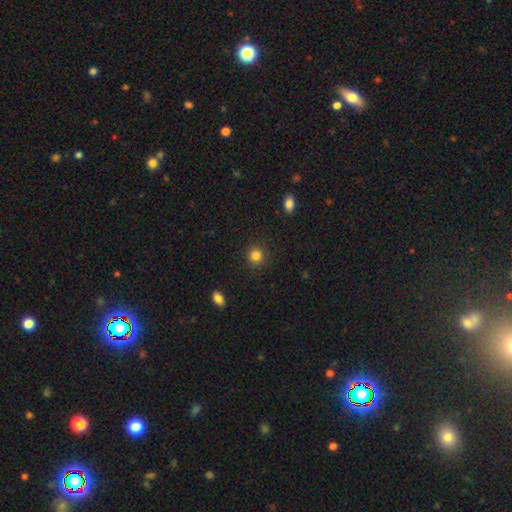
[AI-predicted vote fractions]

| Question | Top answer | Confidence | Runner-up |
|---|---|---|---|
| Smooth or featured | smooth | 84% | star or artifact (11%) |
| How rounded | round | 92% | in between (8%) |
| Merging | none | 91% | minor disturbance (6%) |